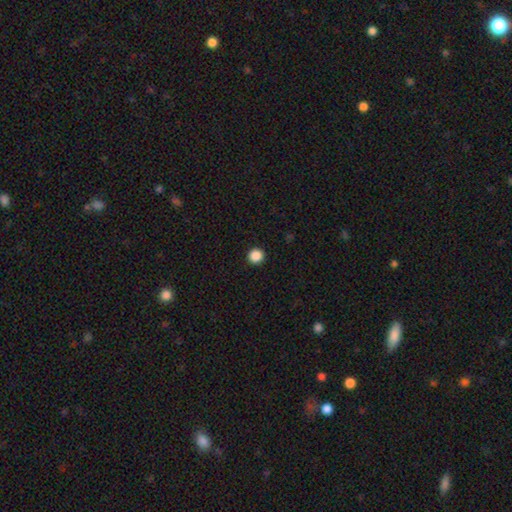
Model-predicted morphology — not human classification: This is clearly a smooth galaxy (88%). How rounded: clearly round (95%). Merging: clearly none (94%).